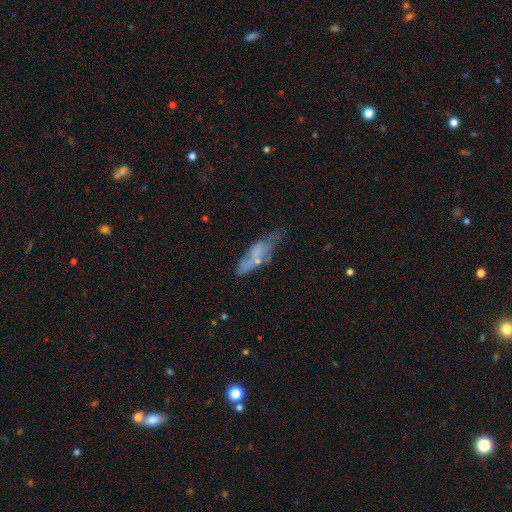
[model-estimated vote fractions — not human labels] The model was most divided on "smooth or featured": featured or disk: 47%, smooth: 43%, star or artifact: 10%. Remaining: merging — none (46%).